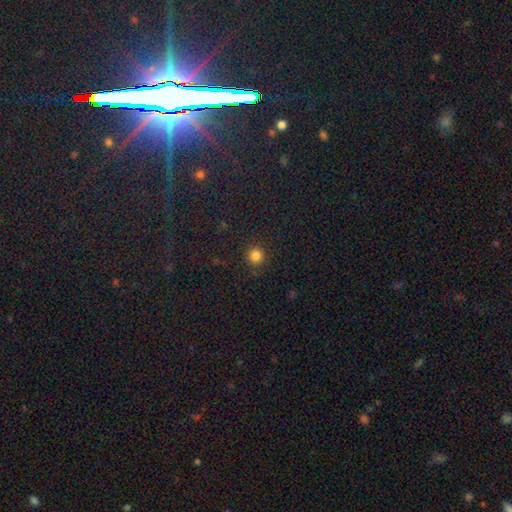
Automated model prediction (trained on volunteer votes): A smooth galaxy with no disk features (83%) that is round (93%).

Vote fractions:
- Smooth or featured? smooth: 83% / star or artifact: 13% / featured or disk: 4%
- How rounded? round: 93% / in between: 7% / cigar-shaped: 1%
- Merging? none: 87% / minor disturbance: 8% / major disturbance: 3% / merger: 1%